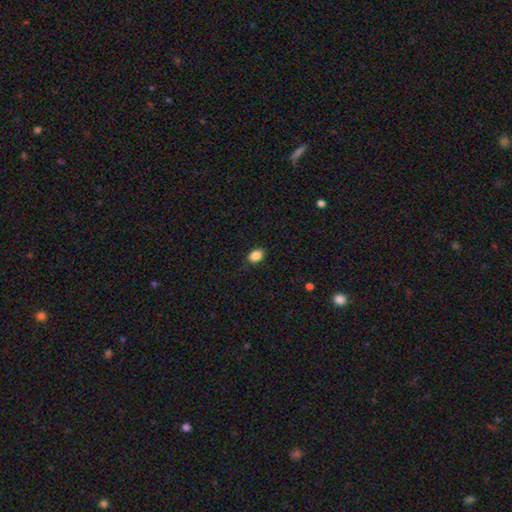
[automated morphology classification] This appears to be a smooth galaxy with no disk features (87%) that is in between round and cigar-shaped (74%). Merging: none (85%).